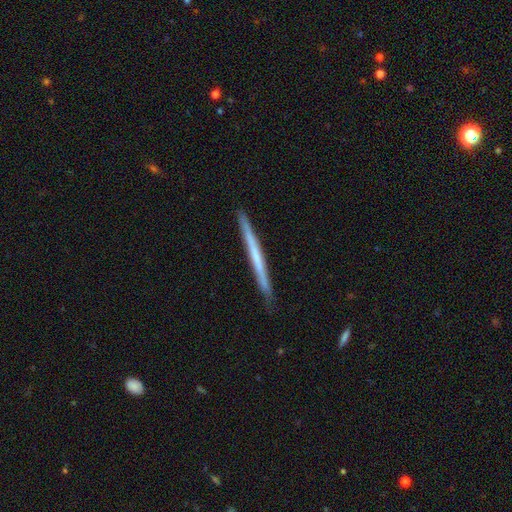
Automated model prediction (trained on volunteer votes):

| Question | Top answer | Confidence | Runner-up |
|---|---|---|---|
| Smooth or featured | featured or disk | 51% | smooth (44%) |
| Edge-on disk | yes | 97% | no (3%) |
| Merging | none | 90% | minor disturbance (7%) |